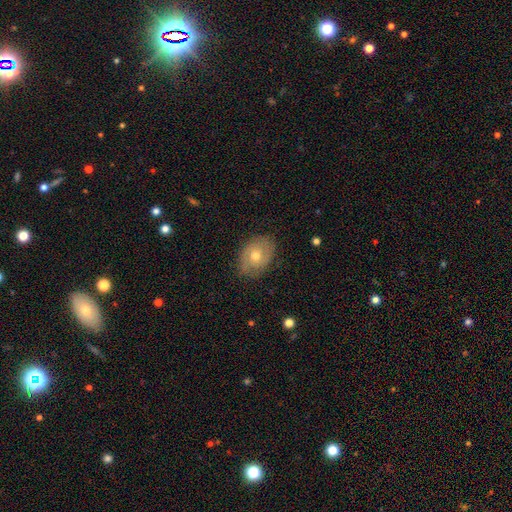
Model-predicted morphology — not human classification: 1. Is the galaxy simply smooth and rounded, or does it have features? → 47% smooth, 44% featured or disk, 8% star or artifact.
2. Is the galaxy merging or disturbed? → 79% none, 16% minor disturbance, 4% major disturbance, 1% merger.